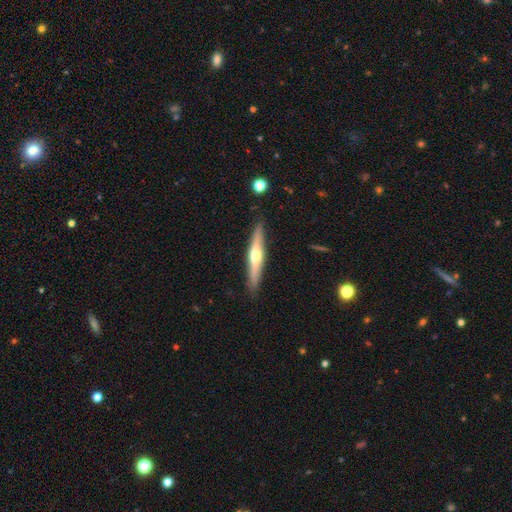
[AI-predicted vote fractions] smooth_or_featured: featured or disk (p=0.60) [alt: smooth p=0.35]
disk_edge_on: yes (p=0.95) [alt: no p=0.05]
edge_on_bulge: rounded (p=0.89) [alt: none p=0.08]
merging: none (p=0.89) [alt: minor disturbance p=0.08]